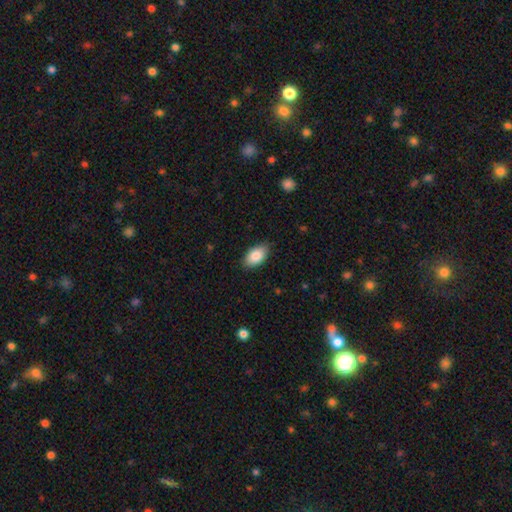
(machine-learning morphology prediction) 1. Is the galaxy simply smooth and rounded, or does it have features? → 85% smooth, 8% featured or disk, 7% star or artifact.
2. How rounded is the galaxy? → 94% in between, 5% round, 2% cigar-shaped.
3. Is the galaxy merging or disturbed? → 85% none, 12% minor disturbance, 2% major disturbance, 1% merger.